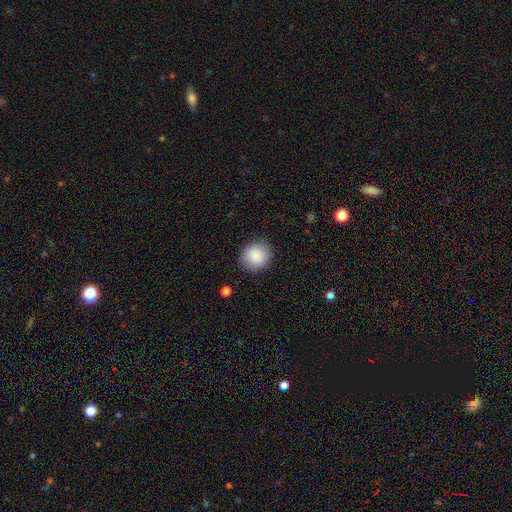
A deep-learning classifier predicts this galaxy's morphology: Smooth or featured? smooth (88%)
How rounded? round (81%)
Merging? none (86%)